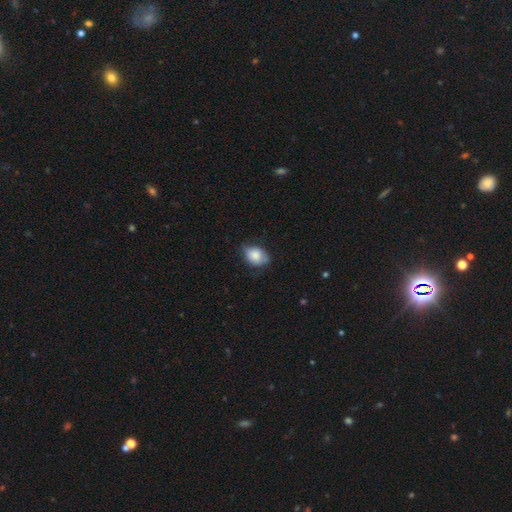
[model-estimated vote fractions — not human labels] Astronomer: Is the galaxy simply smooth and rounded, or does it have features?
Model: smooth — 82%.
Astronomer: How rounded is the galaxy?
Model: in between — 72%.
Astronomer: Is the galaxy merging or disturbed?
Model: none — 60%.